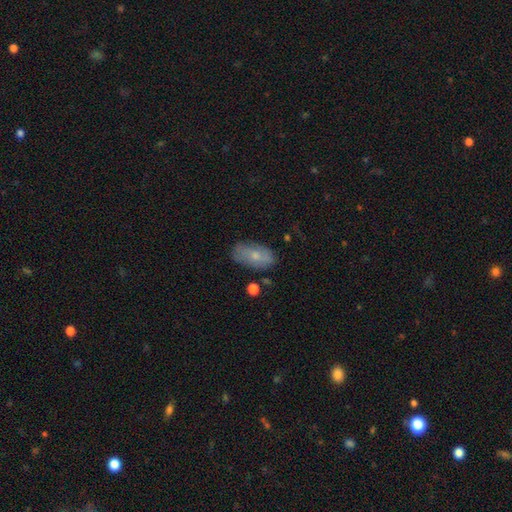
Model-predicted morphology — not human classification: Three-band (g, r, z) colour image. It shows a smooth galaxy with no disk features (65%) that is in between round and cigar-shaped (91%). Merging: none (74%).